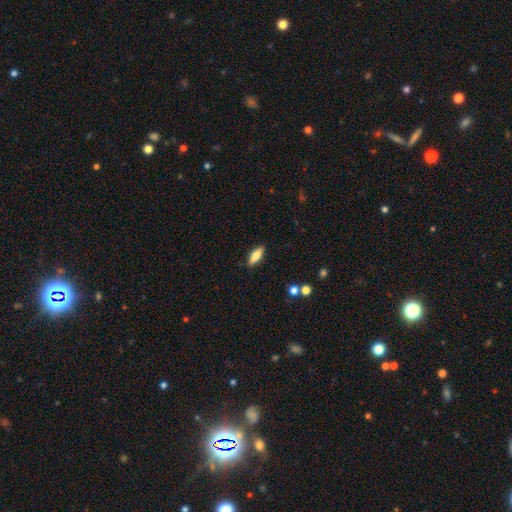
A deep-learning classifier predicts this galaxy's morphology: Smooth or featured?
  - smooth: 67% *
  - featured or disk: 26%
  - star or artifact: 7%
How rounded?
  - in between: 59% *
  - cigar-shaped: 39%
  - round: 3%
Merging?
  - none: 88% *
  - minor disturbance: 9%
  - major disturbance: 2%
  - merger: 1%